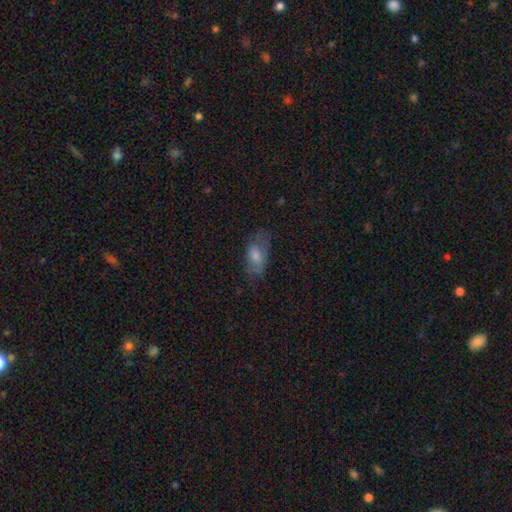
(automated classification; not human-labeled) Smooth or featured?
  - smooth: 59% *
  - featured or disk: 30%
  - star or artifact: 11%
How rounded?
  - in between: 86% *
  - cigar-shaped: 9%
  - round: 6%
Merging?
  - none: 61% *
  - minor disturbance: 24%
  - major disturbance: 14%
  - merger: 2%